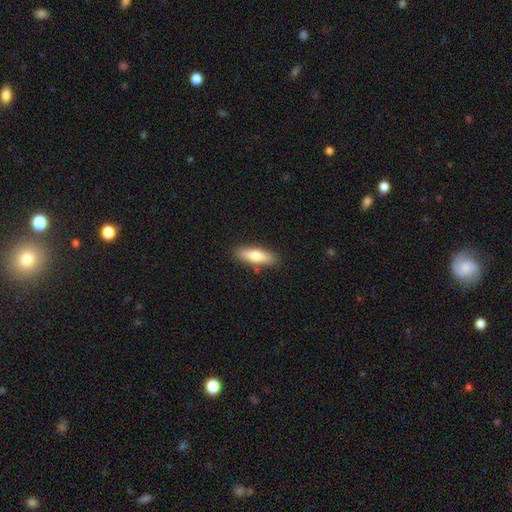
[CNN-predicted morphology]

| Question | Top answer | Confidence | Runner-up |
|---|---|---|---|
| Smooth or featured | smooth | 72% | featured or disk (22%) |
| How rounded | cigar-shaped | 51% | in between (47%) |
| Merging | none | 84% | minor disturbance (11%) |